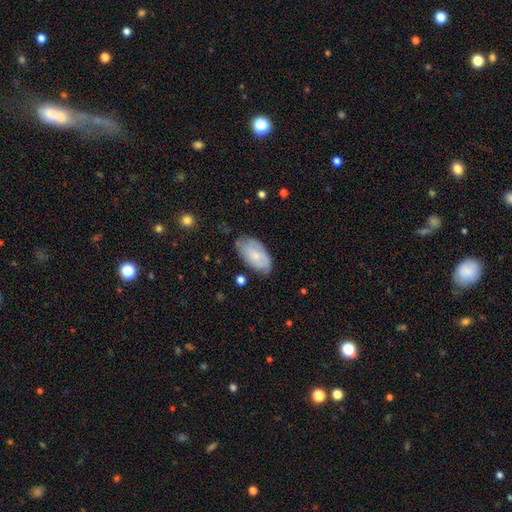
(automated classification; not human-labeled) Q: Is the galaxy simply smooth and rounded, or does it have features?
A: smooth — 62%.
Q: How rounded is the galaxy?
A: in between — 94%.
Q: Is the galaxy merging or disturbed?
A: none — 66%.